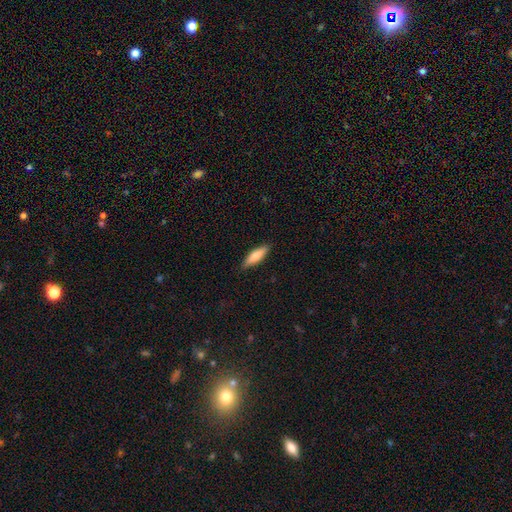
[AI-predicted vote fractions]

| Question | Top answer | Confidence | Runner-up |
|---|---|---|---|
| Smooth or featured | smooth | 72% | featured or disk (22%) |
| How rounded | cigar-shaped | 57% | in between (41%) |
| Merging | none | 87% | minor disturbance (10%) |